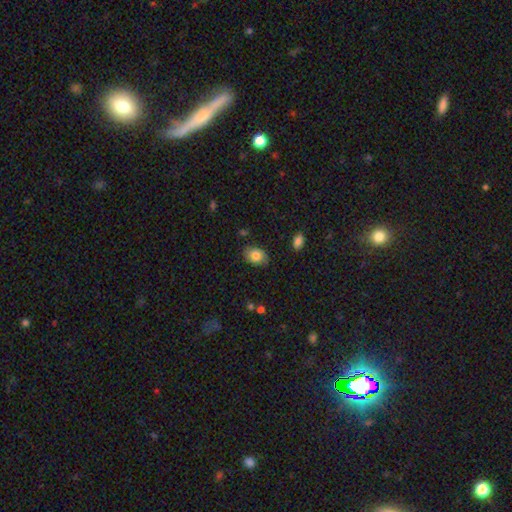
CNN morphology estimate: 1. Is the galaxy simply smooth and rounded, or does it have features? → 76% smooth, 16% featured or disk, 8% star or artifact.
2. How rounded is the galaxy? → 75% in between, 24% round, 1% cigar-shaped.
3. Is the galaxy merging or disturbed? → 78% none, 17% minor disturbance, 3% major disturbance, 1% merger.